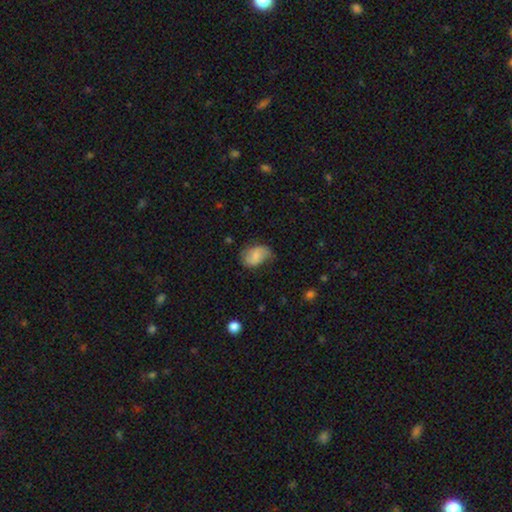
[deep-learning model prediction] Smooth or featured? smooth (67%)
How rounded? in between (81%)
Merging? none (54%)